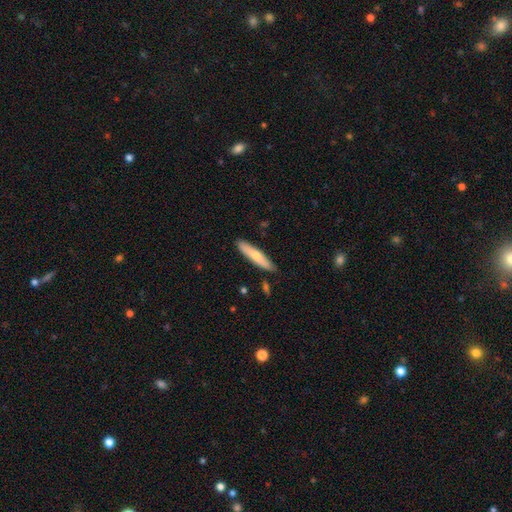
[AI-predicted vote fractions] This appears to be a smooth galaxy with no disk features (67%) that is cigar-shaped (83%). Merging: none (86%).